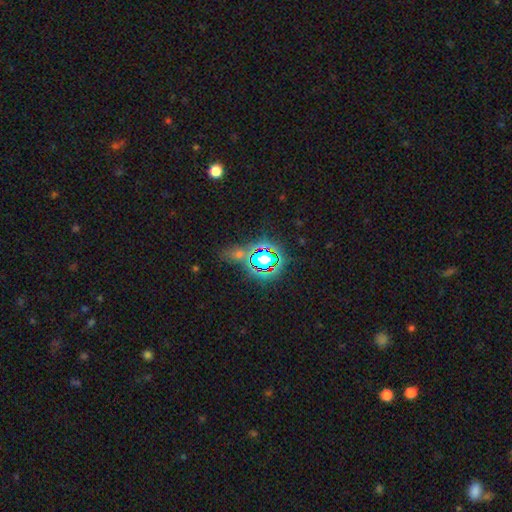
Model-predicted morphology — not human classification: Q: Smooth or featured?
A: star or artifact (70%); runner-up: smooth (20%)